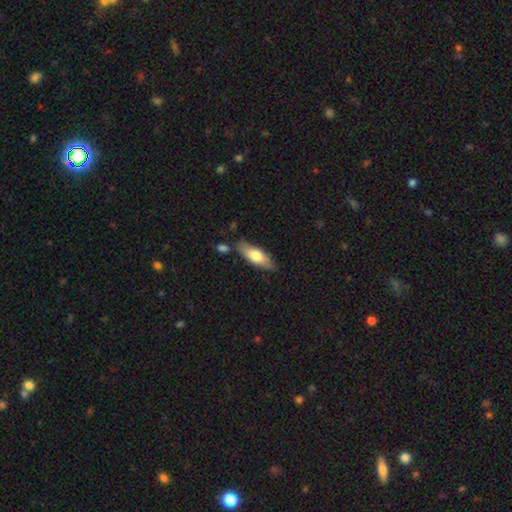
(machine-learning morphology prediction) Smooth or featured?
  - smooth: 66% *
  - featured or disk: 28%
  - star or artifact: 6%
How rounded?
  - in between: 64% *
  - cigar-shaped: 34%
  - round: 2%
Merging?
  - none: 74% *
  - minor disturbance: 16%
  - merger: 6%
  - major disturbance: 3%